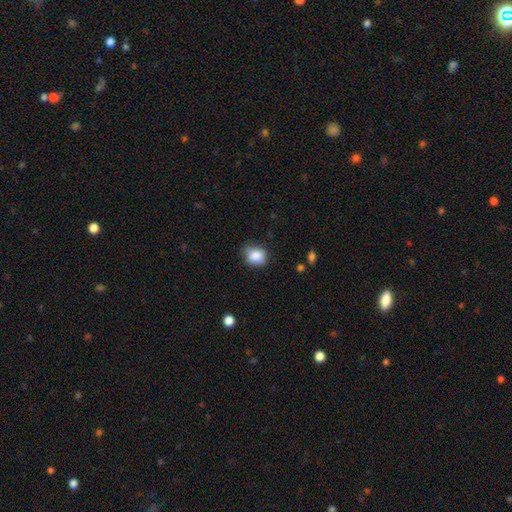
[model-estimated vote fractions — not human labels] This appears to be a smooth galaxy with no disk features (86%) that is round (64%). Merging: none (69%).